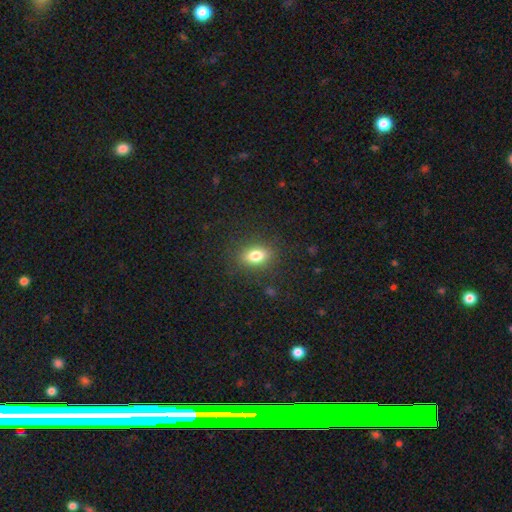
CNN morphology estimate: This appears to be a smooth galaxy with no disk features (80%) that is in between round and cigar-shaped (80%). Merging: none (86%).